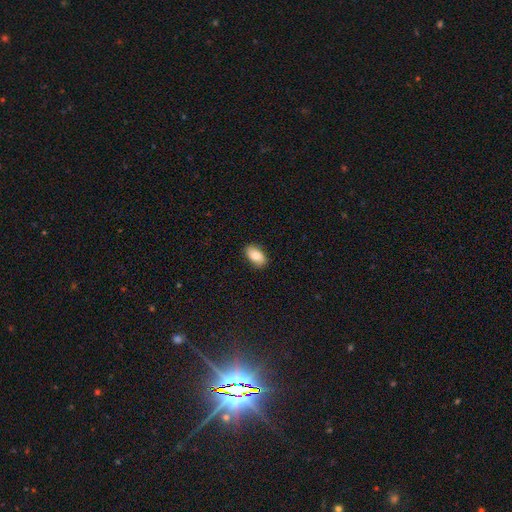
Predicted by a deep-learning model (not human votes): smooth-or-featured: smooth: 81% | featured or disk: 12% | star or artifact: 7%
  how-rounded: in between: 93% | round: 5% | cigar-shaped: 2%
  merging: none: 86% | minor disturbance: 11% | major disturbance: 2% | merger: 1%